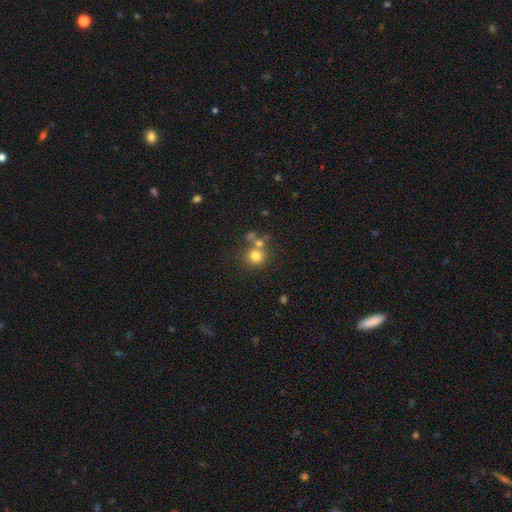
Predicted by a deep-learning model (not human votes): Smooth or featured? Predicted: smooth (p=0.76). How rounded? Predicted: round (p=0.87). Merging? Predicted: none (p=0.61).